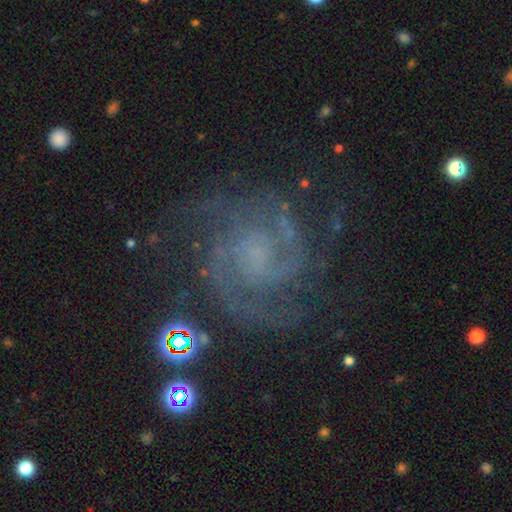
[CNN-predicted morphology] smooth_or_featured: featured or disk (p=0.86) [alt: star or artifact p=0.09]
disk_edge_on: no (p=0.98) [alt: yes p=0.02]
bar: no (p=0.57) [alt: weak p=0.35]
has_spiral_arms: yes (p=0.97) [alt: no p=0.03]
spiral_winding: tight (p=0.52) [alt: medium p=0.40]
spiral_arm_count: 2 (p=0.45) [alt: 3 p=0.22]
bulge_size: small (p=0.40) [tied with: none p=0.40]
merging: none (p=0.73) [alt: minor disturbance p=0.15]